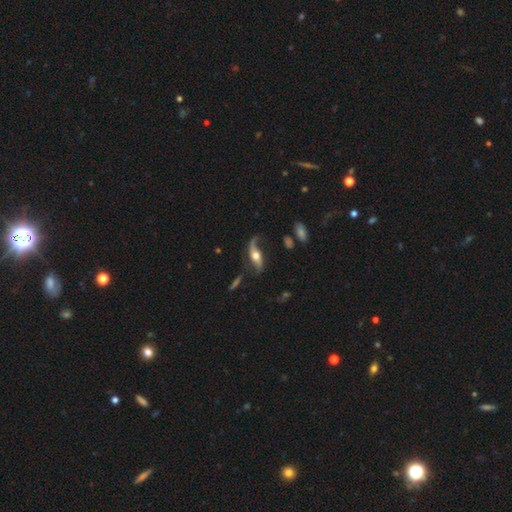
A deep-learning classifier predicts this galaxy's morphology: Smooth or featured: featured or disk — 79% (smooth — 15%)
Edge-on disk: no — 82% (yes — 18%)
Bar: no — 57% (weak — 25%)
Spiral arms: yes — 91% (no — 9%)
Spiral winding: loose — 84% (medium — 12%)
Spiral arm count: 2 — 81% (1 — 14%)
Bulge size: moderate — 66% (large — 19%)
Merging: none — 57% (minor disturbance — 21%)